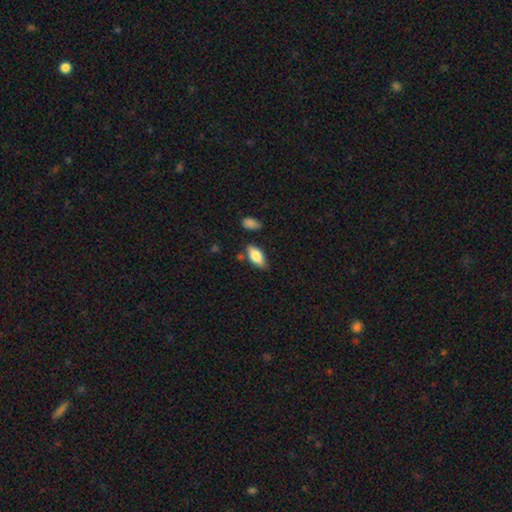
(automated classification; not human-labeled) A smooth galaxy with no disk features (76%) that is in between round and cigar-shaped (86%). Merging: none (73%).